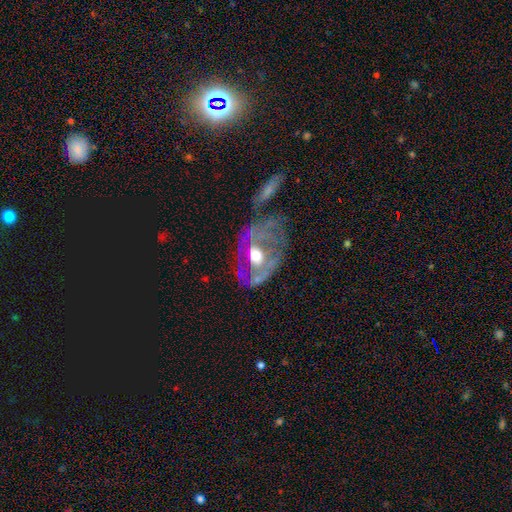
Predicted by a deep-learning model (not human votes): This is likely a featured or disk galaxy (74%). It is clearly not viewed edge-on (93%). Bar: possibly no (58%). Spiral arm pattern: possibly no (51%). Central bulge: likely moderate (73%). Merging: possibly none (47%).